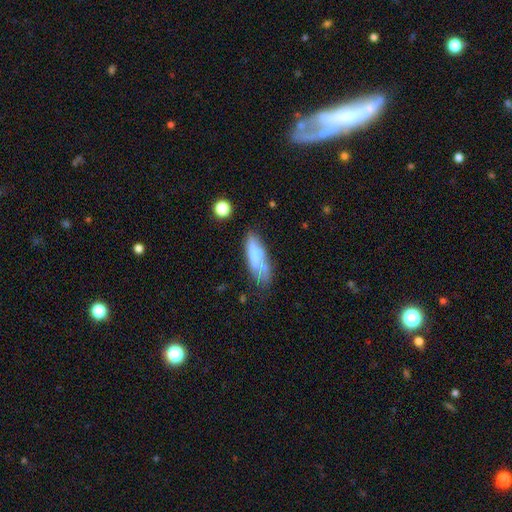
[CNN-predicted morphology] Smooth or featured? smooth (63%)
How rounded? in between (59%)
Merging? none (46%)